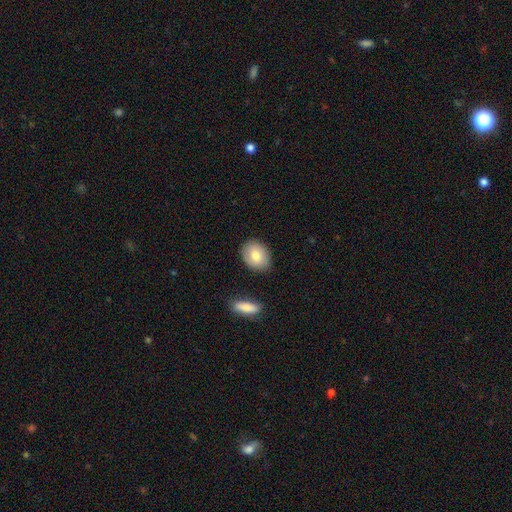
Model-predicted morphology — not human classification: Smooth or featured? smooth (78%)
How rounded? in between (58%)
Merging? none (84%)